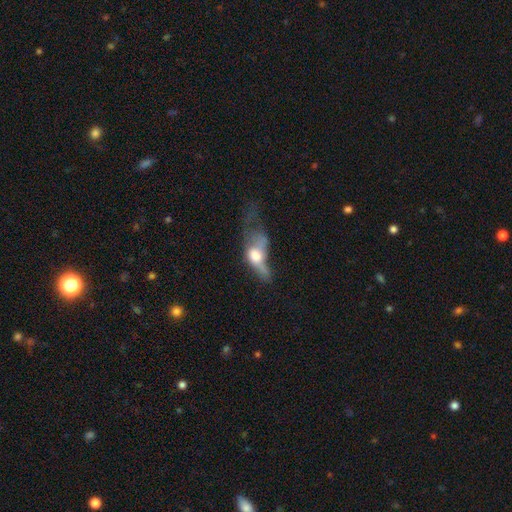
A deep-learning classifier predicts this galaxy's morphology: Overall: smooth (51%; featured or disk 39%). How rounded: in between (72%). Merging: major disturbance (60%).